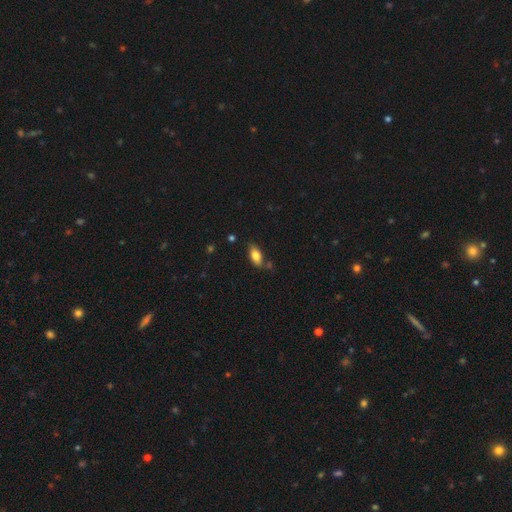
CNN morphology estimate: The model was most divided on "merging": none: 72%, minor disturbance: 18%, merger: 7%, major disturbance: 4%. More confident: how rounded — in between (87%); smooth or featured — smooth (78%).